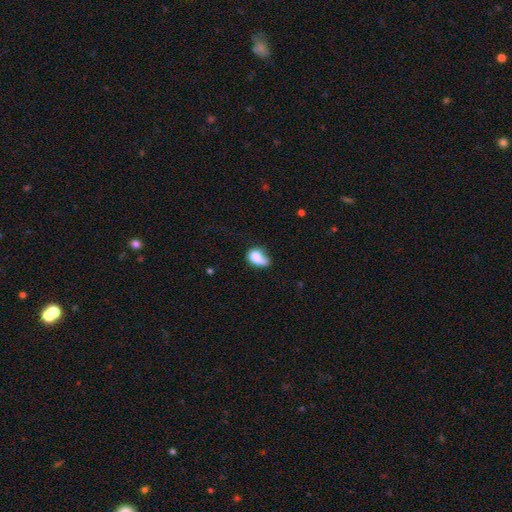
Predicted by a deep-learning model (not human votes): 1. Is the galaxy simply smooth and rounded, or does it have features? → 75% smooth, 16% featured or disk, 9% star or artifact.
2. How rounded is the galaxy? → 79% in between, 19% round, 2% cigar-shaped.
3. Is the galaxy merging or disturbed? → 33% minor disturbance, 30% none, 24% major disturbance, 13% merger.